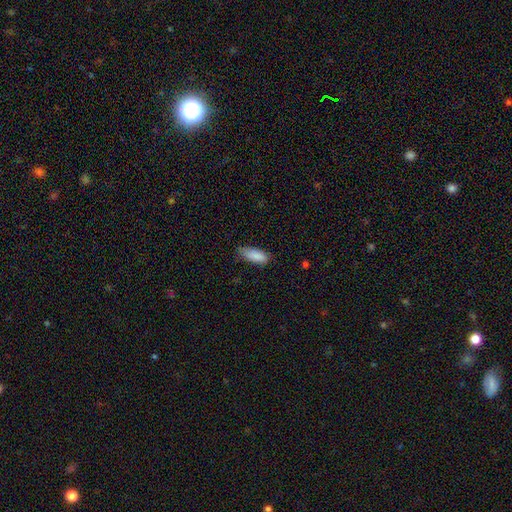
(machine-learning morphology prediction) A smooth galaxy with no disk features (88%) that is in between round and cigar-shaped (77%).

Vote fractions:
- Smooth or featured? smooth: 88% / star or artifact: 7% / featured or disk: 6%
- How rounded? in between: 77% / cigar-shaped: 21% / round: 2%
- Merging? none: 62% / minor disturbance: 32% / major disturbance: 5% / merger: 1%